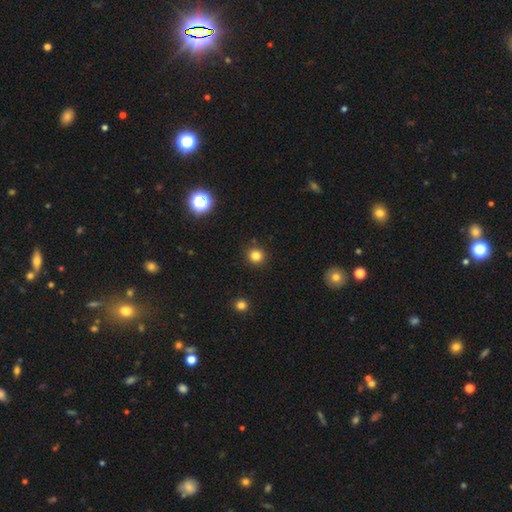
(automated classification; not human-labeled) Overall: smooth (81%). How rounded: round (92%). Merging: none (90%).